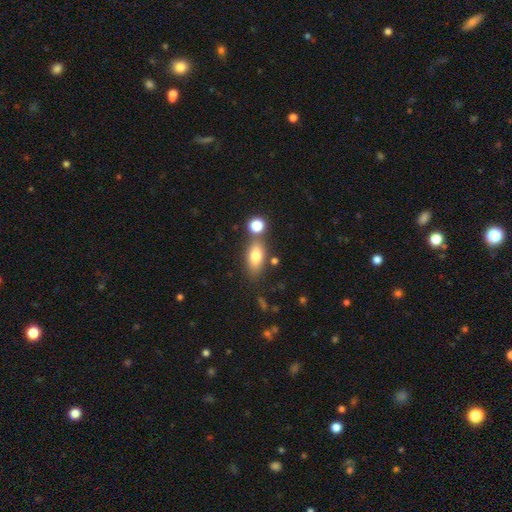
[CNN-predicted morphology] The model was most divided on "merging": none: 65%, merger: 18%, minor disturbance: 13%, major disturbance: 4%. More confident: how rounded — in between (81%); smooth or featured — smooth (77%).